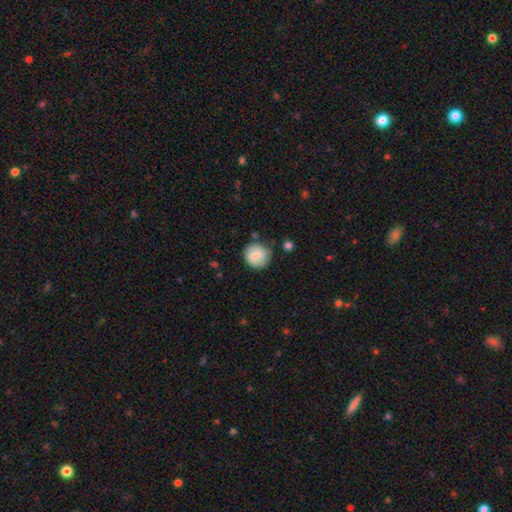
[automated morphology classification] type=smooth (69%); roundness=round (90%); merging=none (74%).